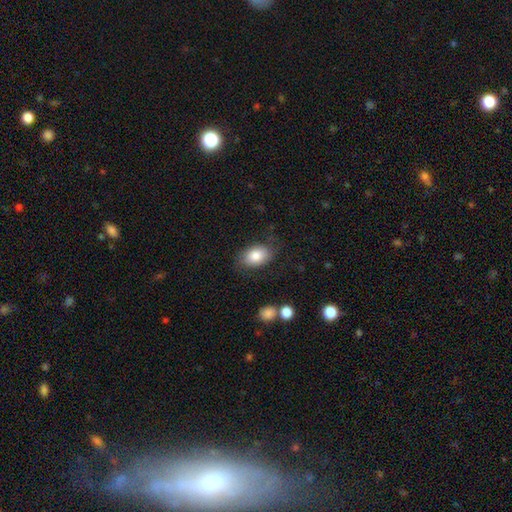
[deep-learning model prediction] Smooth or featured: smooth — 83% (featured or disk — 10%)
How rounded: in between — 88% (round — 11%)
Merging: none — 78% (minor disturbance — 15%)